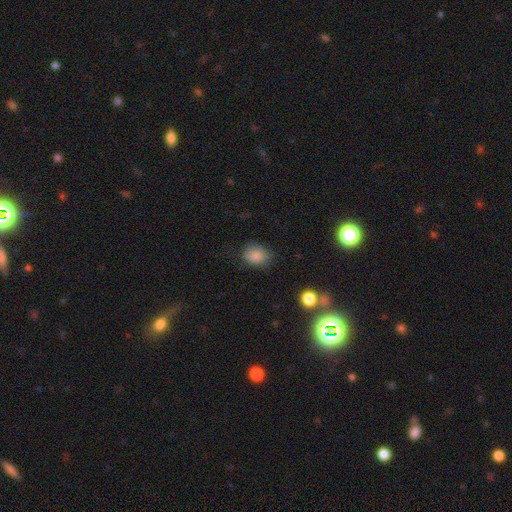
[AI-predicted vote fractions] Smooth or featured? Predicted: smooth (p=0.85). How rounded? Predicted: in between (p=0.53). Merging? Predicted: none (p=0.71).